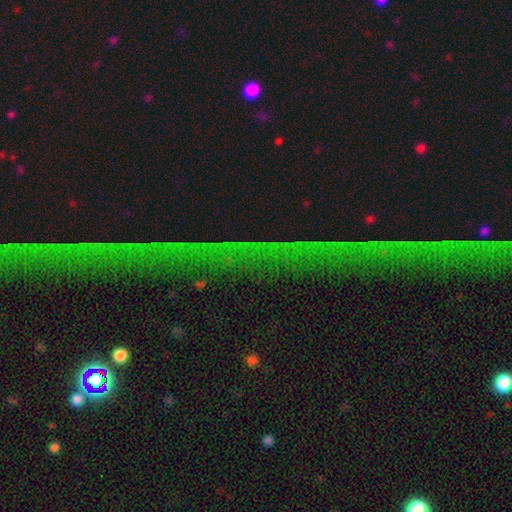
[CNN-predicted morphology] smooth-or-featured: star or artifact: 83% | featured or disk: 10% | smooth: 7%